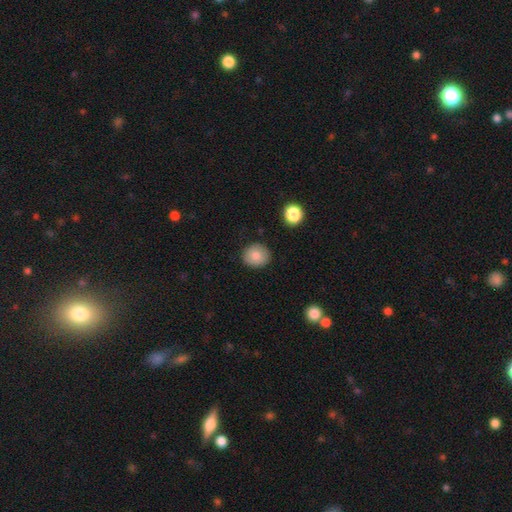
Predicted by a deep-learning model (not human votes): This is likely a smooth galaxy (80%). How rounded: likely round (80%). Merging: clearly none (87%).